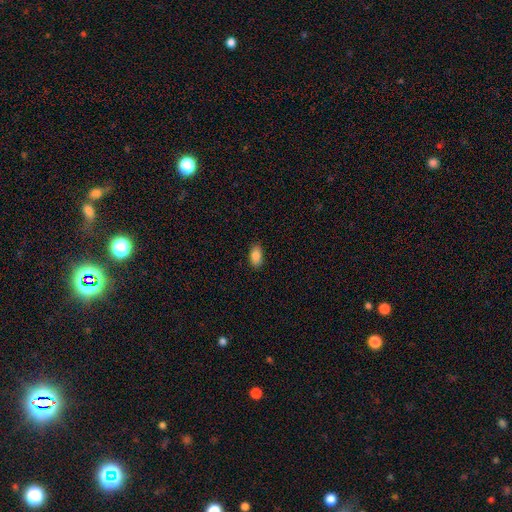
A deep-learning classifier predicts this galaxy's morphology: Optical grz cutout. It shows a smooth galaxy with no disk features (87%) that is in between round and cigar-shaped (92%). Merging: none (86%).